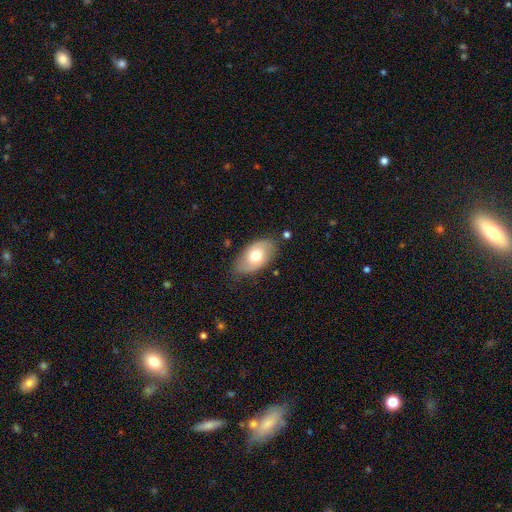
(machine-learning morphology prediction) The model was most divided on "smooth or featured": smooth: 65%, featured or disk: 29%, star or artifact: 7%. More confident: how rounded — in between (92%); merging — none (75%).